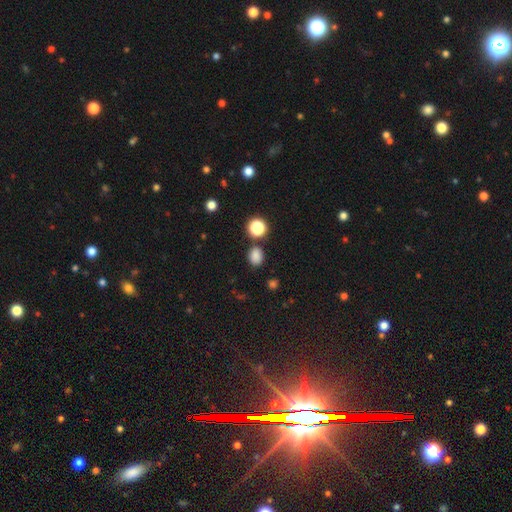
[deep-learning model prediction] A smooth galaxy with no disk features (81%) that is round (51%). Merging: none (80%).